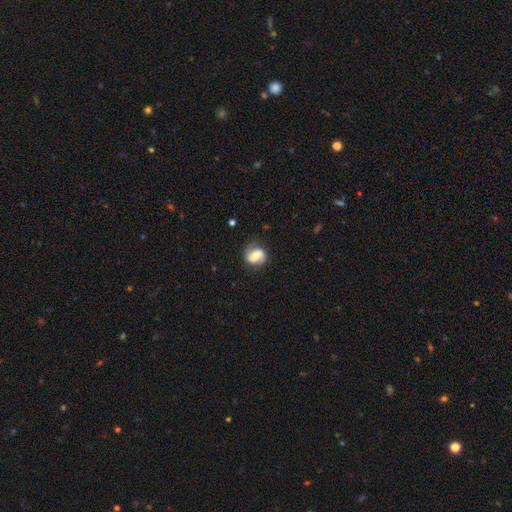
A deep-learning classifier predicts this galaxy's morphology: This appears to be a smooth galaxy with no disk features (55%) that is round (62%). Merging: none (72%).